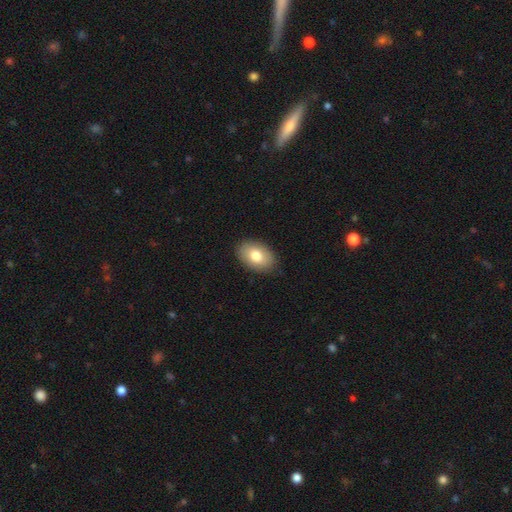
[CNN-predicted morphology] The model was most divided on "smooth or featured": smooth: 78%, featured or disk: 15%, star or artifact: 7%. More confident: how rounded — in between (88%); merging — none (87%).